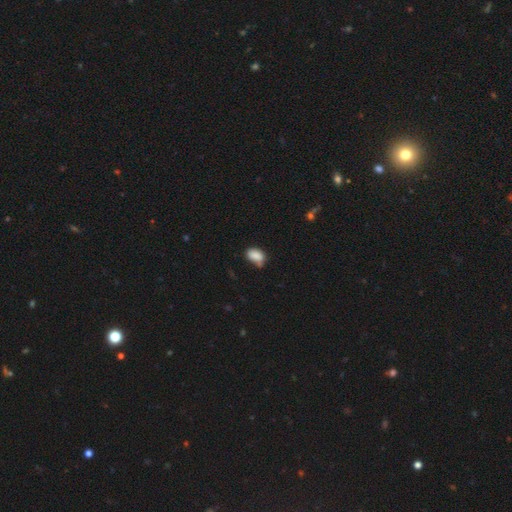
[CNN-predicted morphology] Smooth or featured? Predicted: smooth (p=0.85). How rounded? Predicted: in between (p=0.83). Merging? Predicted: none (p=0.51).